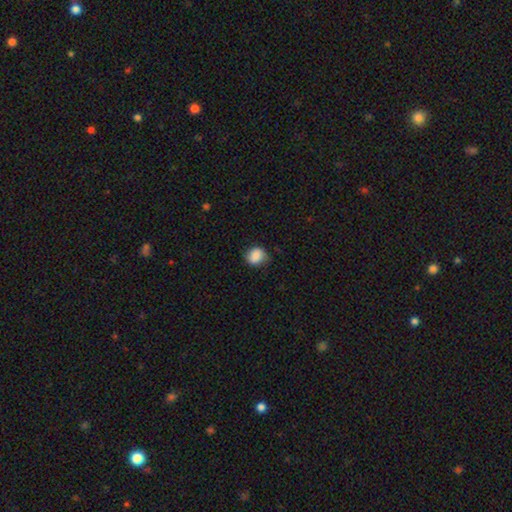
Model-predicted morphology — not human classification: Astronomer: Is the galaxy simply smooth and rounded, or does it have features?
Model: smooth — 86%.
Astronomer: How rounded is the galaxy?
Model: round — 63%.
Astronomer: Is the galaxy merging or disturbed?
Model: none — 68%.